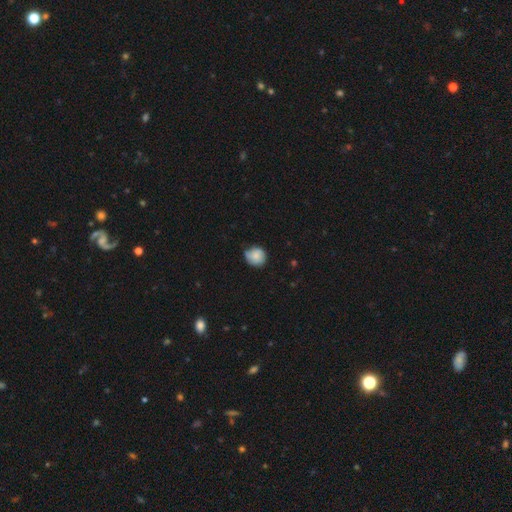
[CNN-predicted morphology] Smooth or featured: smooth — 75% (featured or disk — 17%)
How rounded: round — 85% (in between — 14%)
Merging: none — 64% (minor disturbance — 29%)